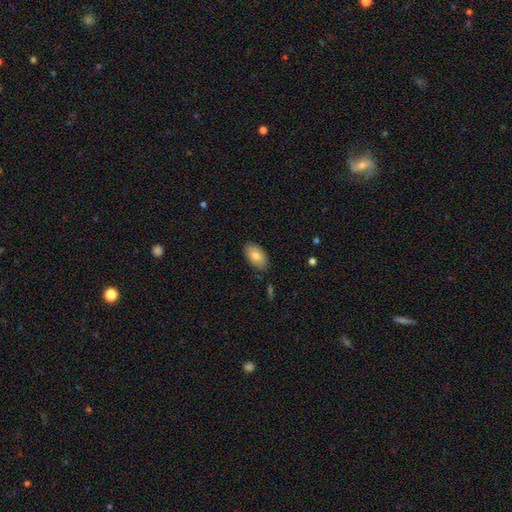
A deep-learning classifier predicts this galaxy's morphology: smooth_or_featured: smooth (p=0.78) [alt: featured or disk p=0.15]
how_rounded: in between (p=0.94) [alt: round p=0.05]
merging: none (p=0.84) [alt: minor disturbance p=0.12]